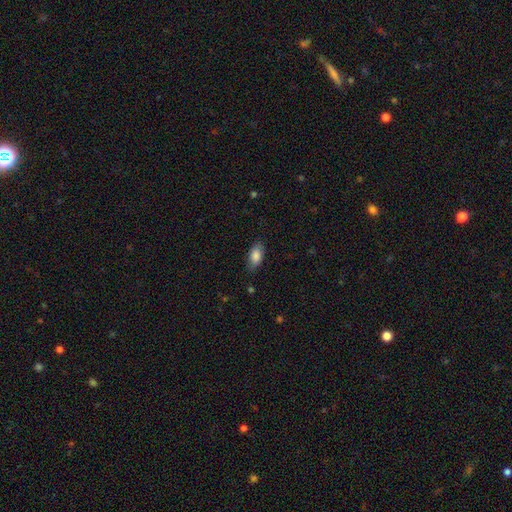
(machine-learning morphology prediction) smooth-or-featured: smooth: 84% | featured or disk: 9% | star or artifact: 7%
  how-rounded: in between: 91% | cigar-shaped: 6% | round: 4%
  merging: none: 80% | minor disturbance: 15% | major disturbance: 3% | merger: 1%